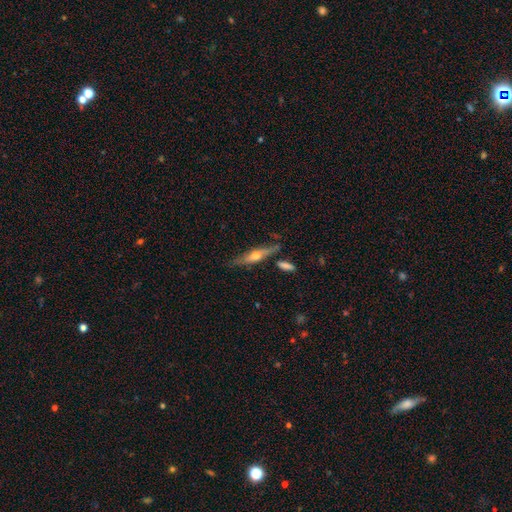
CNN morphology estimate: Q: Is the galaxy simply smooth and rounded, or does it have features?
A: featured or disk — 59%.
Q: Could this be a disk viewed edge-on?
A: yes — 91%.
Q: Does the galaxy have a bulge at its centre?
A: rounded — 90%.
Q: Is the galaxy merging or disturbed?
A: none — 73%.